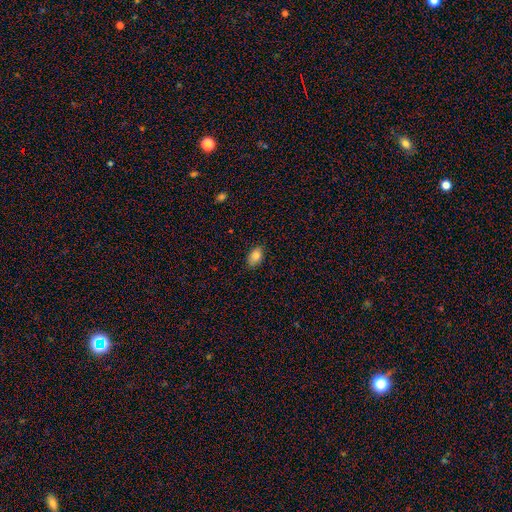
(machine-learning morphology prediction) Smooth or featured? smooth (82%)
How rounded? in between (87%)
Merging? none (83%)